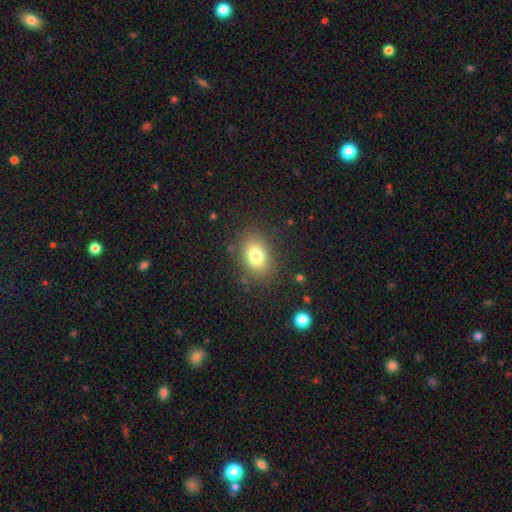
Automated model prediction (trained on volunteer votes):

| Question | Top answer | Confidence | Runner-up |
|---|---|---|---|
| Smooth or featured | smooth | 78% | star or artifact (11%) |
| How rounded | in between | 75% | round (24%) |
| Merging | none | 83% | minor disturbance (11%) |